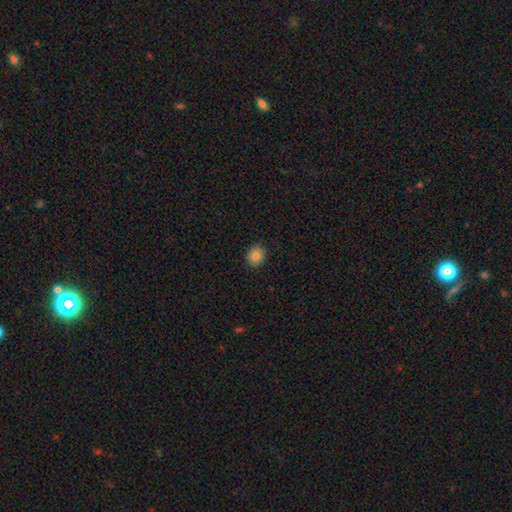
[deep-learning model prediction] Overall: smooth (84%). How rounded: round (64%; in between 36%). Merging: none (90%).